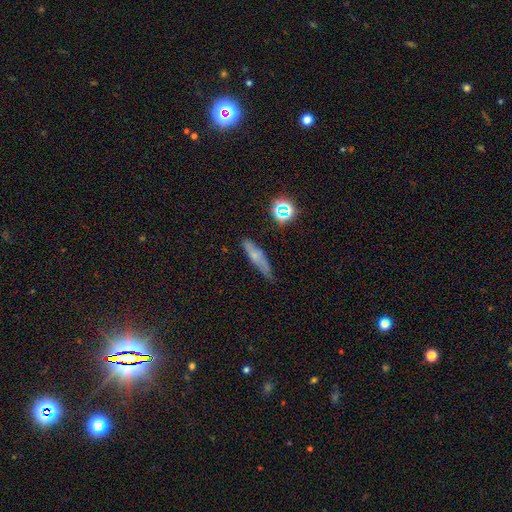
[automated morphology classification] Smooth or featured?
  - smooth: 60% *
  - featured or disk: 27%
  - star or artifact: 12%
How rounded?
  - cigar-shaped: 76% *
  - in between: 20%
  - round: 4%
Merging?
  - none: 66% *
  - minor disturbance: 26%
  - major disturbance: 5%
  - merger: 2%